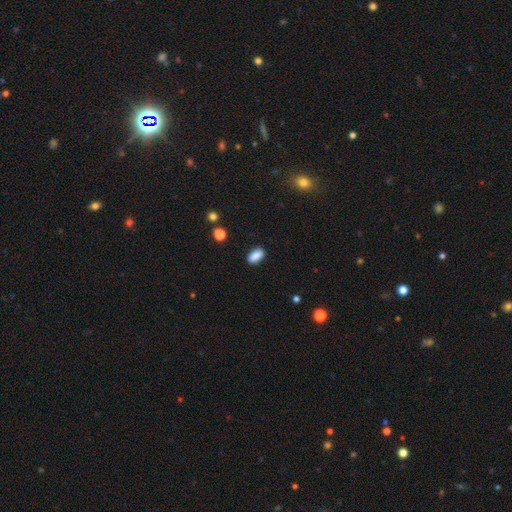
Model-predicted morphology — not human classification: smooth-or-featured: smooth: 88% | star or artifact: 8% | featured or disk: 4%
  how-rounded: in between: 92% | round: 4% | cigar-shaped: 4%
  merging: none: 87% | minor disturbance: 9% | major disturbance: 2% | merger: 1%